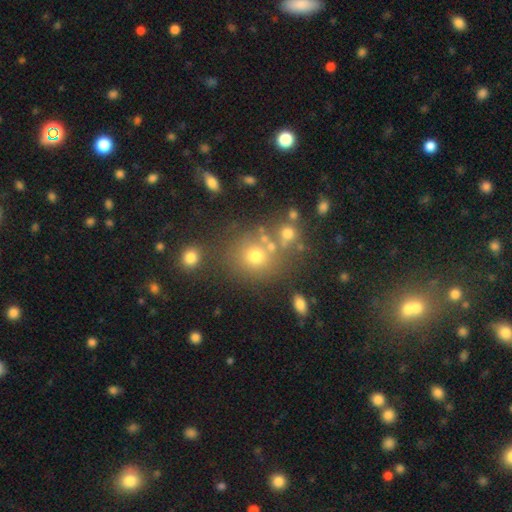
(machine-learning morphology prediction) Overall: smooth (65%). How rounded: round (82%). Merging: none (65%).